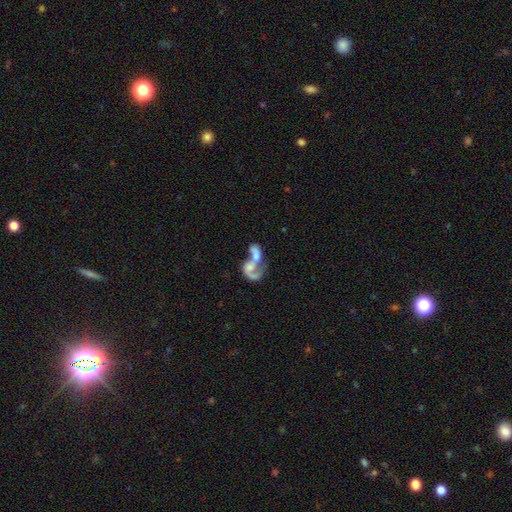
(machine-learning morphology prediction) featured or disk 60%, smooth 30%, star or artifact 9%. Down the decision tree: edge-on disk — no (97%); bar — no (71%); spiral arms — yes (62%); bulge size — none (34%); merging — merger (72%).